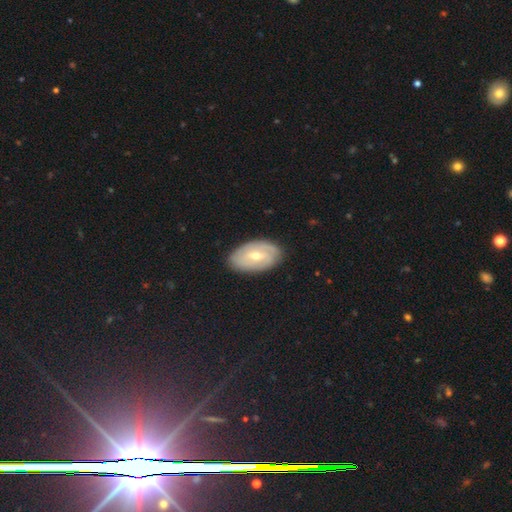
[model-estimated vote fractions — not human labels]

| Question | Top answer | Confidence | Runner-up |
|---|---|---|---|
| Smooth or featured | featured or disk | 65% | smooth (27%) |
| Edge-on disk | no | 92% | yes (8%) |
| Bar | weak | 47% | no (36%) |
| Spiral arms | yes | 72% | no (28%) |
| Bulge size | moderate | 56% | small (40%) |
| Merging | none | 82% | minor disturbance (14%) |